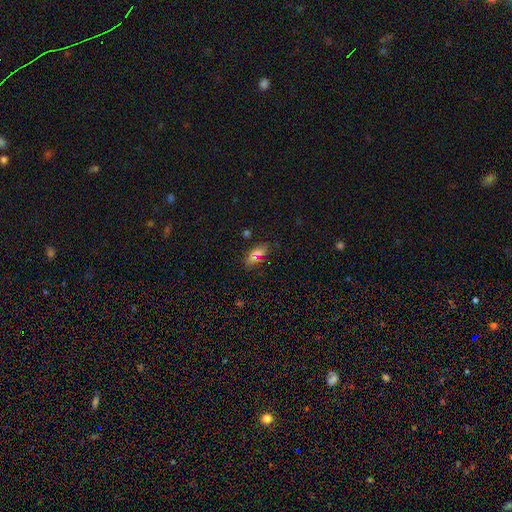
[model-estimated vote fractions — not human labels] This is likely a smooth galaxy (64%). How rounded: likely in between (77%). Merging: likely none (79%).